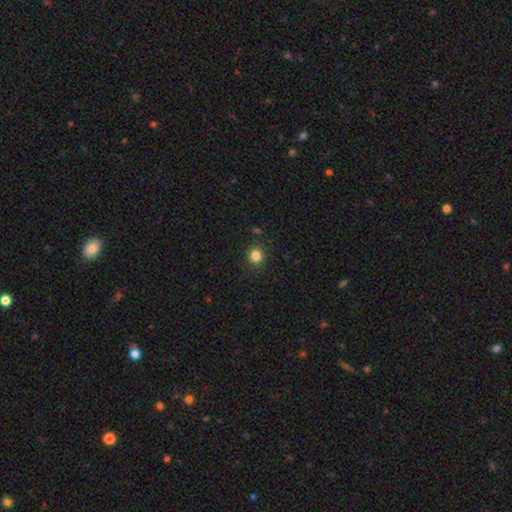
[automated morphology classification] Smooth or featured: smooth — 83% (star or artifact — 13%)
How rounded: round — 88% (in between — 12%)
Merging: none — 89% (minor disturbance — 7%)